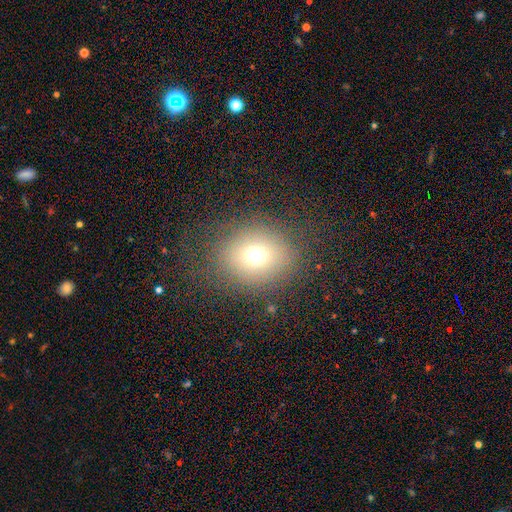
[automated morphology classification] type=smooth (69%); roundness=round (66%); merging=none (77%).